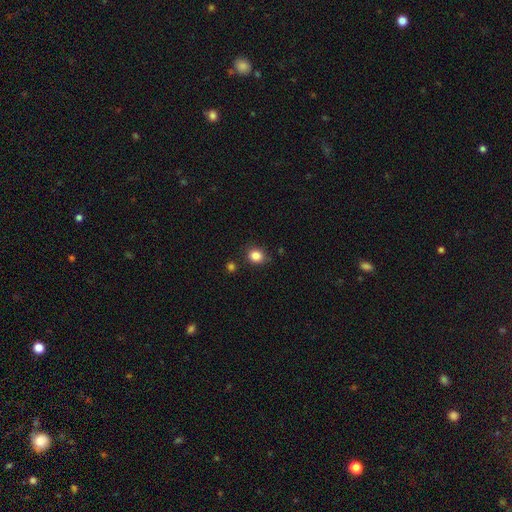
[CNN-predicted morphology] smooth_or_featured: smooth (p=0.85) [alt: star or artifact p=0.11]
how_rounded: round (p=0.69) [alt: in between p=0.30]
merging: none (p=0.81) [alt: minor disturbance p=0.13]